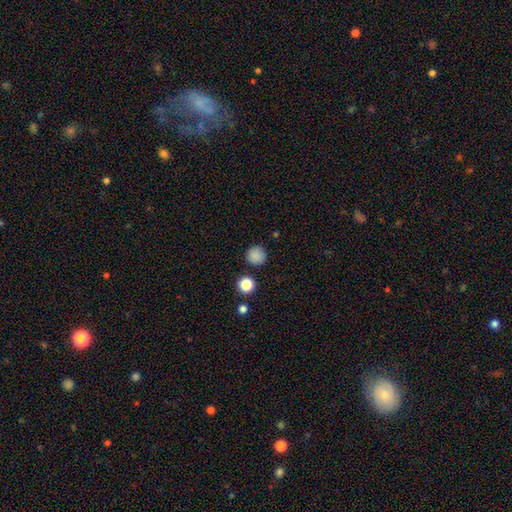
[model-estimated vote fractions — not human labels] Smooth or featured?
  - smooth: 85% *
  - star or artifact: 11%
  - featured or disk: 3%
How rounded?
  - round: 94% *
  - in between: 5%
  - cigar-shaped: 1%
Merging?
  - none: 88% *
  - minor disturbance: 7%
  - merger: 2%
  - major disturbance: 2%